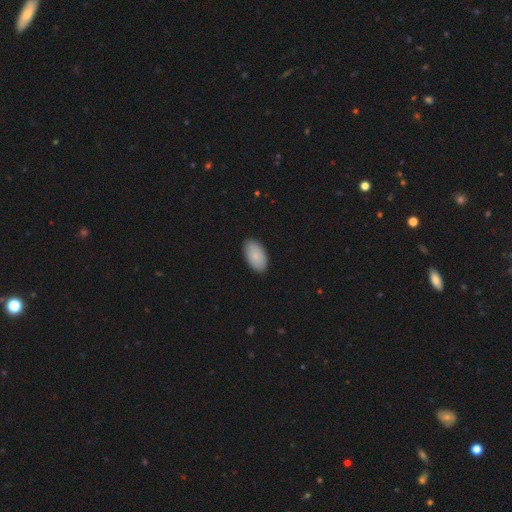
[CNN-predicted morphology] A smooth galaxy with no disk features (88%) that is in between round and cigar-shaped (96%).

Vote fractions:
- Smooth or featured? smooth: 88% / featured or disk: 7% / star or artifact: 6%
- How rounded? in between: 96% / round: 3% / cigar-shaped: 1%
- Merging? none: 88% / minor disturbance: 9% / major disturbance: 2% / merger: 1%